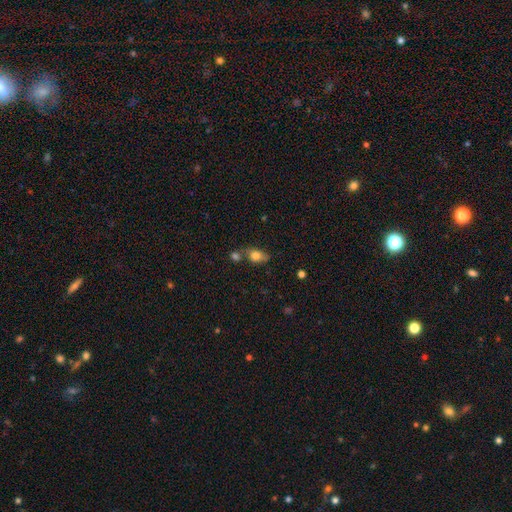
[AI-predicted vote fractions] Smooth or featured: smooth — 77% (featured or disk — 13%)
How rounded: in between — 75% (round — 21%)
Merging: none — 51% (merger — 26%)